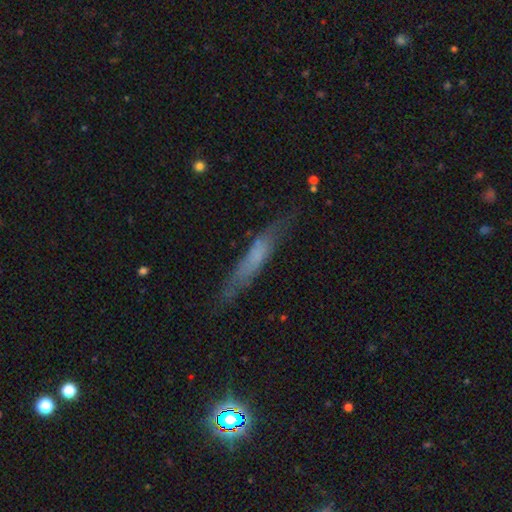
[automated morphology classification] A smooth galaxy with no disk features (51%) that is cigar-shaped (88%). Merging: none (72%).